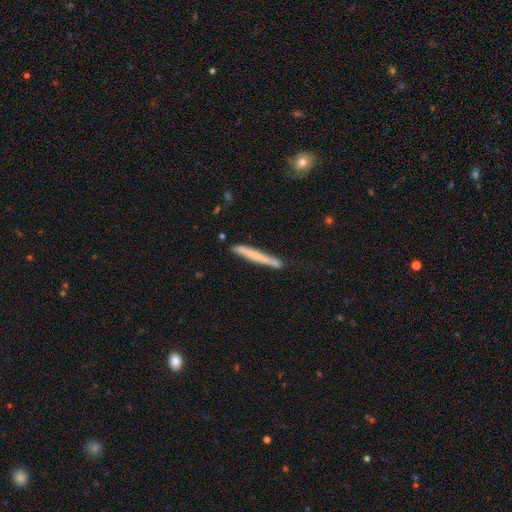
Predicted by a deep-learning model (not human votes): A smooth galaxy with no disk features (57%) that is cigar-shaped (97%).

Vote fractions:
- Smooth or featured? smooth: 57% / featured or disk: 38% / star or artifact: 6%
- How rounded? cigar-shaped: 97% / in between: 2% / round: 1%
- Merging? none: 81% / minor disturbance: 14% / merger: 2% / major disturbance: 2%